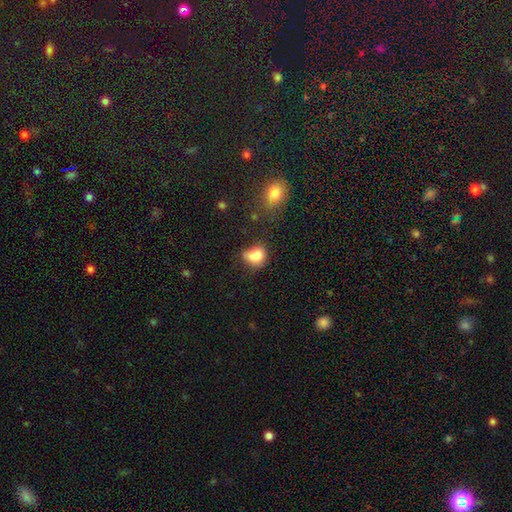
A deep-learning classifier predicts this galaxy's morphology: smooth 76%, featured or disk 13%, star or artifact 11%. Down the decision tree: how rounded — in between (60%); merging — none (31%).